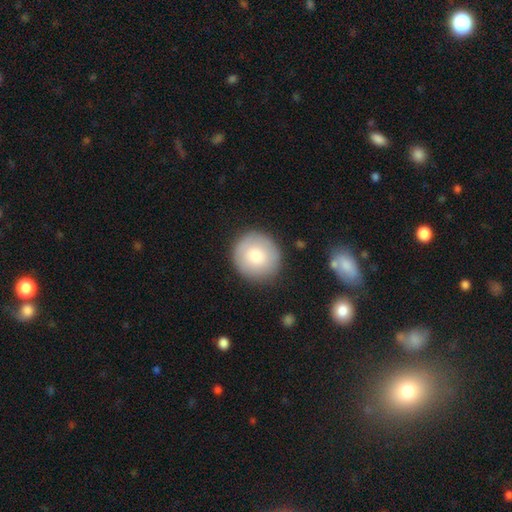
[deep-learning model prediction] Smooth or featured? smooth (79%)
How rounded? round (93%)
Merging? none (86%)